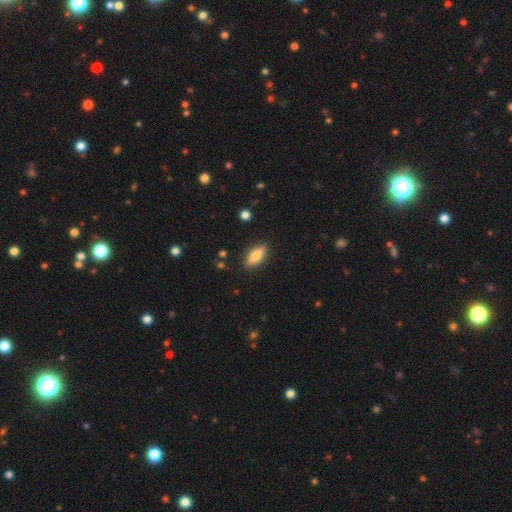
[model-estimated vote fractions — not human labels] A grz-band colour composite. It shows a smooth galaxy with no disk features (69%) that is in between round and cigar-shaped (68%). Merging: none (87%).